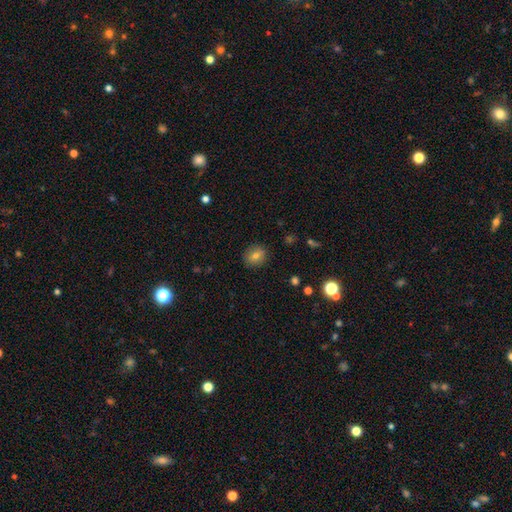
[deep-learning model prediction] Overall: smooth (74%). How rounded: round (71%). Merging: none (88%).